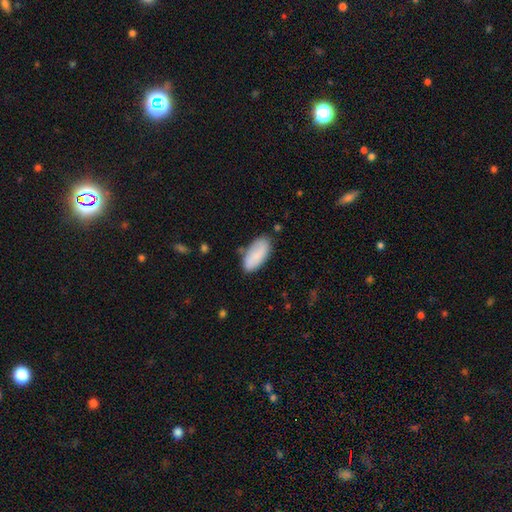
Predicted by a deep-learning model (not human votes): Overall: smooth (83%). How rounded: in between (91%). Merging: none (76%).